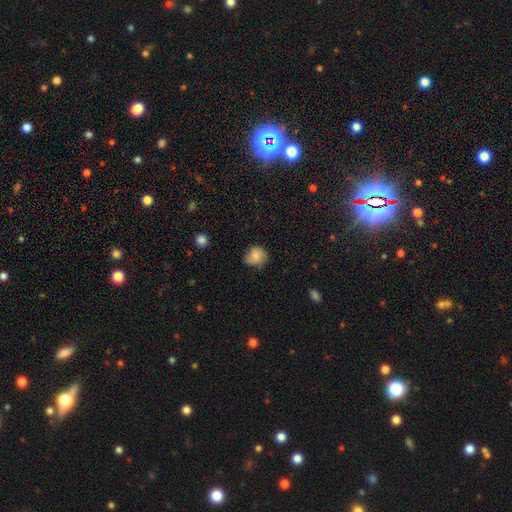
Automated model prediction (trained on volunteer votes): A smooth galaxy with no disk features (80%) that is round (73%). Merging: none (60%).